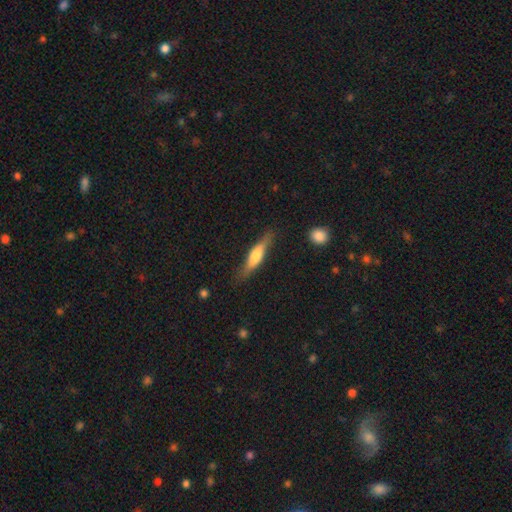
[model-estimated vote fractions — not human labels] The model was most divided on "smooth or featured": smooth: 48%, featured or disk: 46%, star or artifact: 6%. More confident: merging — none (78%).